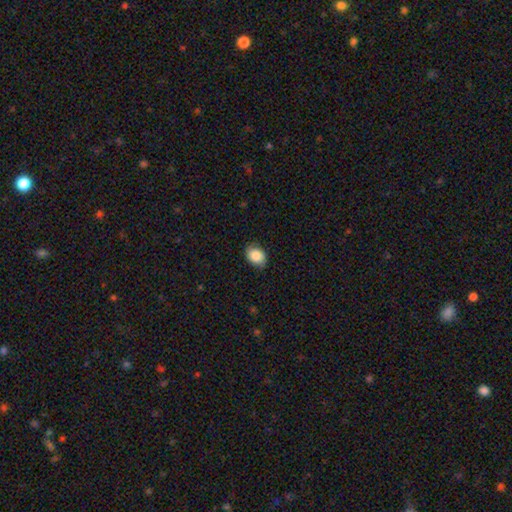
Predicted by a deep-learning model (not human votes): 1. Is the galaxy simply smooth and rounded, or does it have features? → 86% smooth, 7% star or artifact, 7% featured or disk.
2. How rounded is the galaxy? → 71% in between, 28% round, 1% cigar-shaped.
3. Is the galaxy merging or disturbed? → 84% none, 13% minor disturbance, 2% major disturbance, 1% merger.